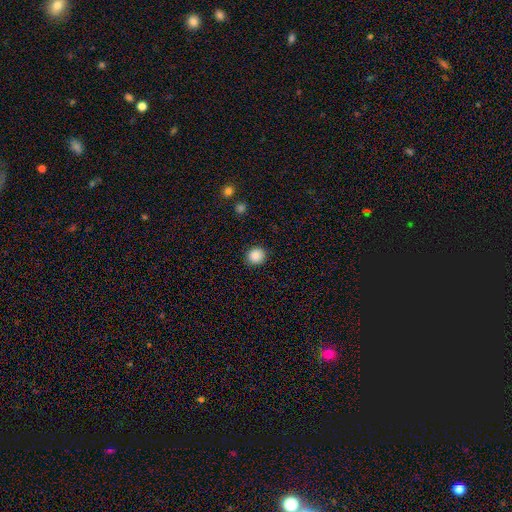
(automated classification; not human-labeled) A smooth galaxy with no disk features (87%) that is round (87%).

Vote fractions:
- Smooth or featured? smooth: 87% / star or artifact: 9% / featured or disk: 3%
- How rounded? round: 87% / in between: 12% / cigar-shaped: 1%
- Merging? none: 91% / minor disturbance: 6% / major disturbance: 2% / merger: 1%